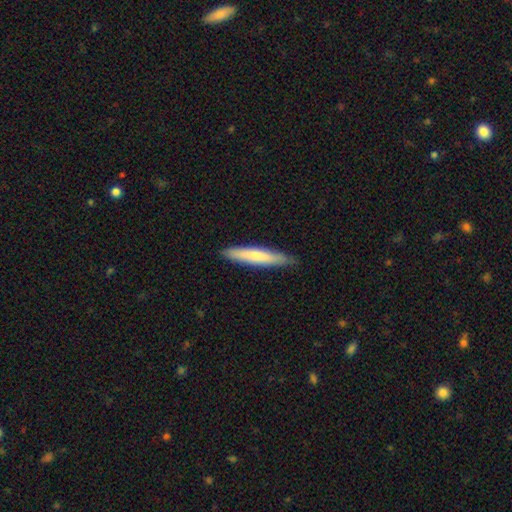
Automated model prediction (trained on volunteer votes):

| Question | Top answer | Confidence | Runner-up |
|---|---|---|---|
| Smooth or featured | smooth | 72% | featured or disk (23%) |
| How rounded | cigar-shaped | 91% | in between (8%) |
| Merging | none | 87% | minor disturbance (10%) |